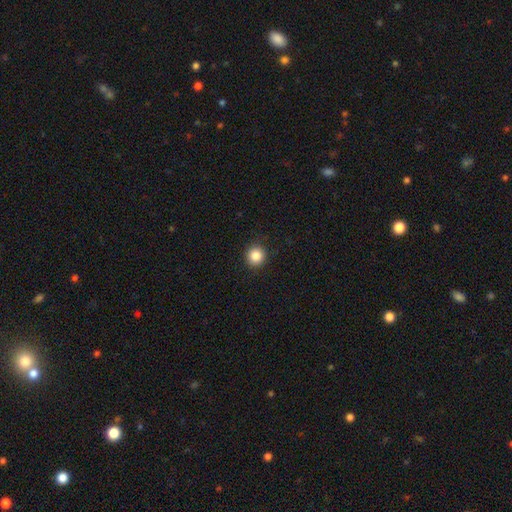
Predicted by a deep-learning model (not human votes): Morphology: type=smooth (85%); roundness=round (92%); merging=none (91%).